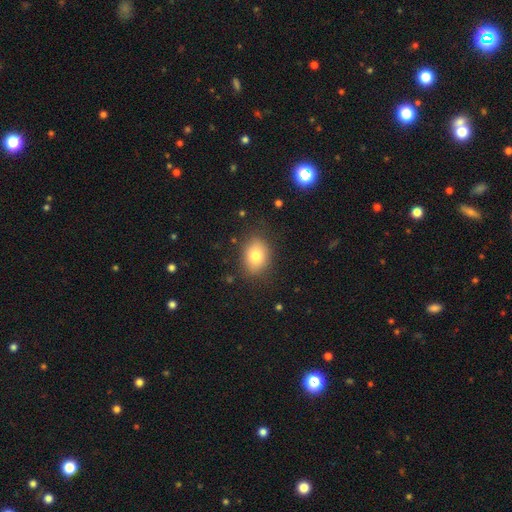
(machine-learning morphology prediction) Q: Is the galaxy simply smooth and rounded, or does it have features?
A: smooth — 79%.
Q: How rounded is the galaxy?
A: in between — 66%.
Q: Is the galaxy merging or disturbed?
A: none — 82%.